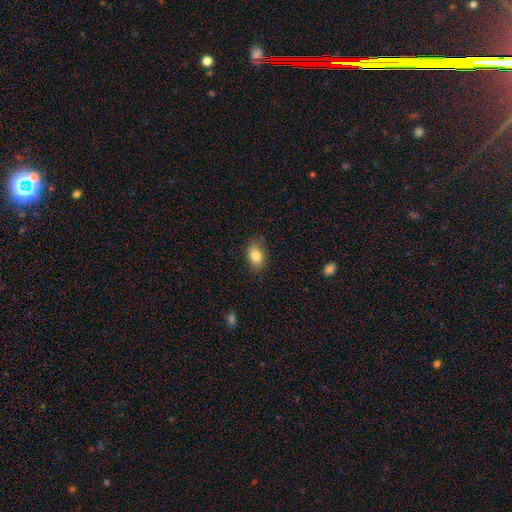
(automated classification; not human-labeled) Morphology: type=smooth (83%); roundness=in between (82%); merging=none (83%).